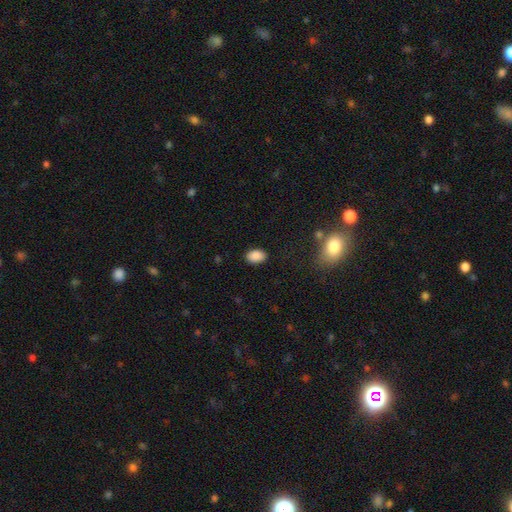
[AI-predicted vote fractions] The model was most divided on "how rounded": in between: 85%, round: 14%, cigar-shaped: 1%. More confident: smooth or featured — smooth (88%); merging — none (87%).